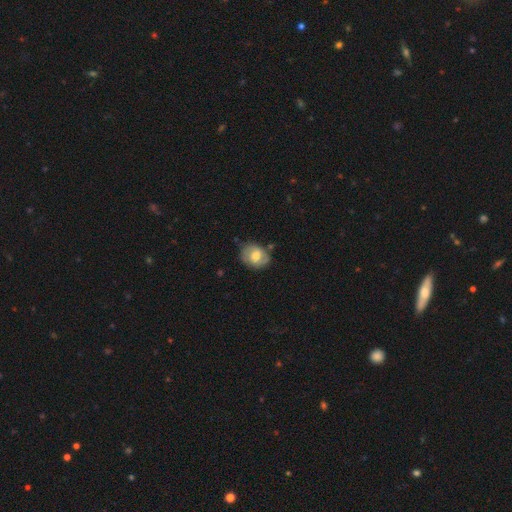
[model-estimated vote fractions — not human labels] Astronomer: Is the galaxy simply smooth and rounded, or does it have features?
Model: smooth — 54% (runner-up: featured or disk, 38%).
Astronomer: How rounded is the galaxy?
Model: round — 53% (runner-up: in between, 46%).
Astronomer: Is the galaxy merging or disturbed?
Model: none — 68%.